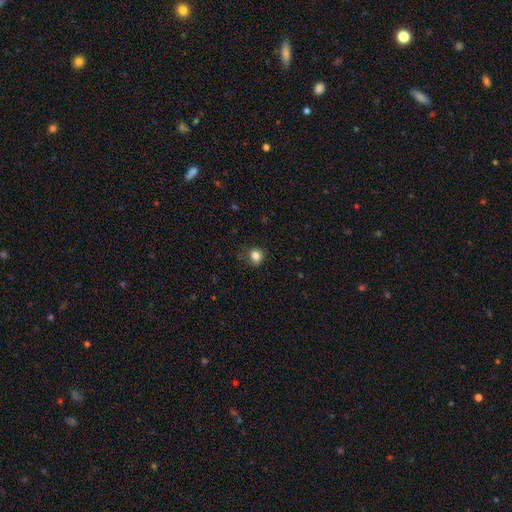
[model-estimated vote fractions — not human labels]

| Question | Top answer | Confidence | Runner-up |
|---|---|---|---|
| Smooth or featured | smooth | 83% | star or artifact (11%) |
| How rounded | round | 82% | in between (17%) |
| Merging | none | 73% | minor disturbance (19%) |